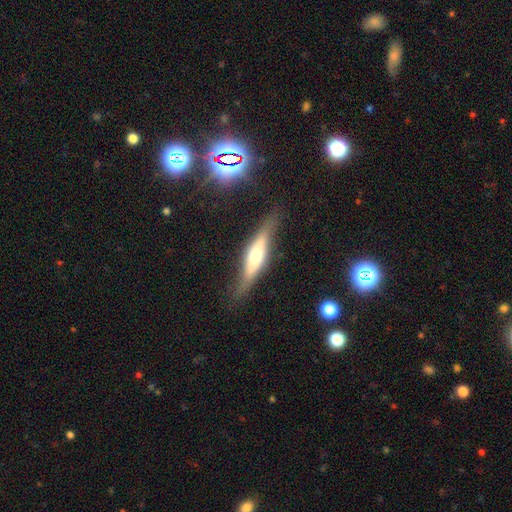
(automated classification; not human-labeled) Smooth or featured? Predicted: featured or disk (p=0.59). Edge-on disk? Predicted: yes (p=0.87). Edge-on bulge? Predicted: rounded (p=0.80). Merging? Predicted: none (p=0.78).